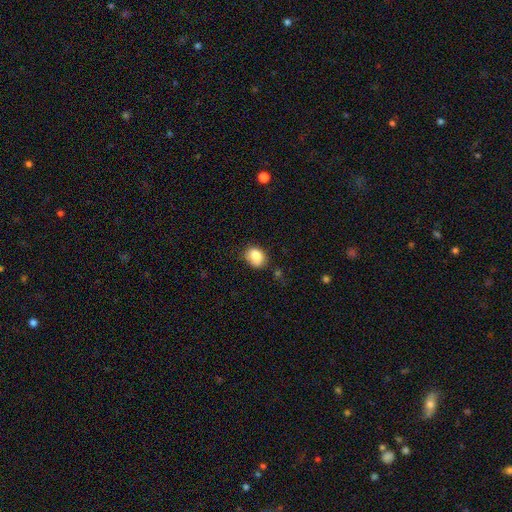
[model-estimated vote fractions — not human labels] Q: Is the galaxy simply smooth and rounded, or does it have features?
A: smooth — 84%.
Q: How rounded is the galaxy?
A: in between — 50%.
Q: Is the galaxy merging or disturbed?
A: none — 66%.